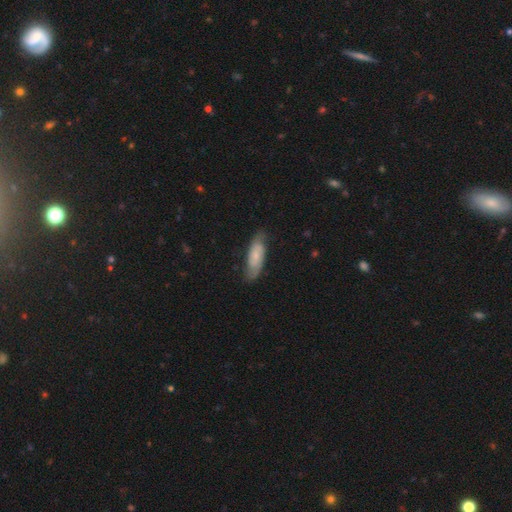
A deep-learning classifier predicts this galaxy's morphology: Smooth or featured? Predicted: smooth (p=0.50). Merging? Predicted: none (p=0.73).